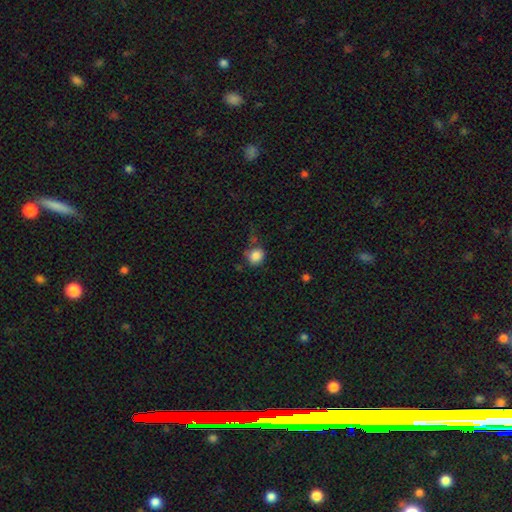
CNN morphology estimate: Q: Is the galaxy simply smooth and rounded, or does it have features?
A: smooth — 85%.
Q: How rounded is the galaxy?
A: round — 77%.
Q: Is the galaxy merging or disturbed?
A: none — 63%.